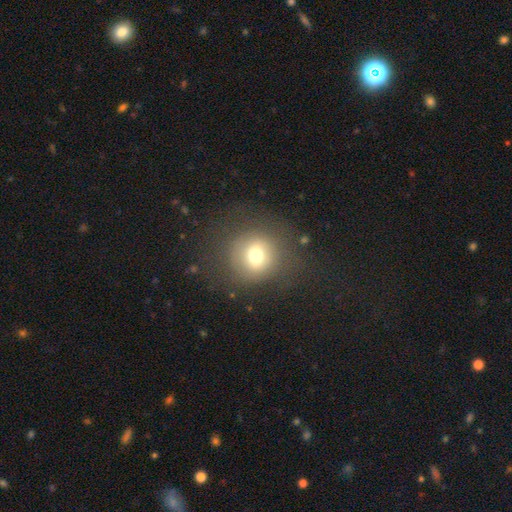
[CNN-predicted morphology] type=smooth (70%); roundness=round (90%); merging=none (75%).